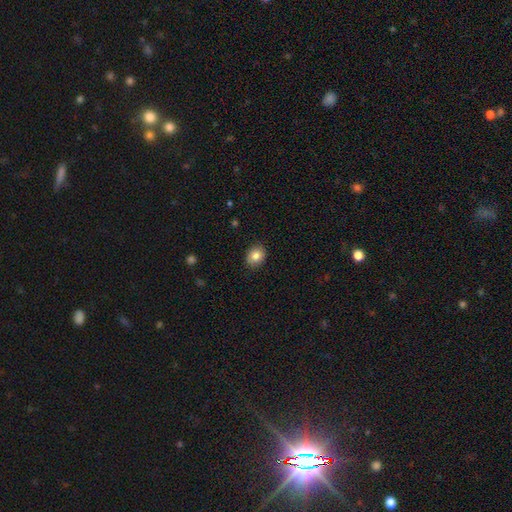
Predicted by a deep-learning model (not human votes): A smooth galaxy with no disk features (84%) that is round (55%). Merging: none (89%).